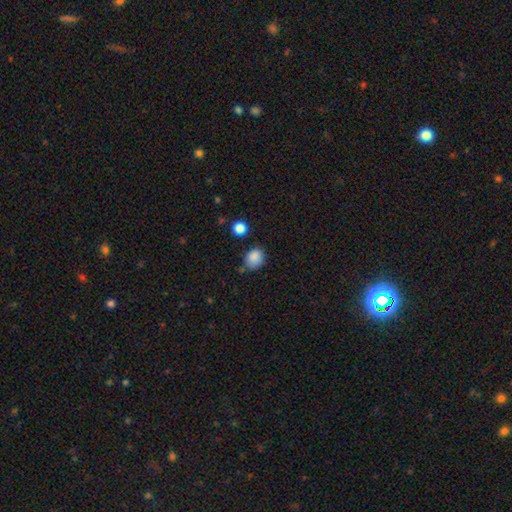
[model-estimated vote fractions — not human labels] smooth 87%, star or artifact 10%, featured or disk 4%. Down the decision tree: how rounded — round (62%); merging — none (69%).